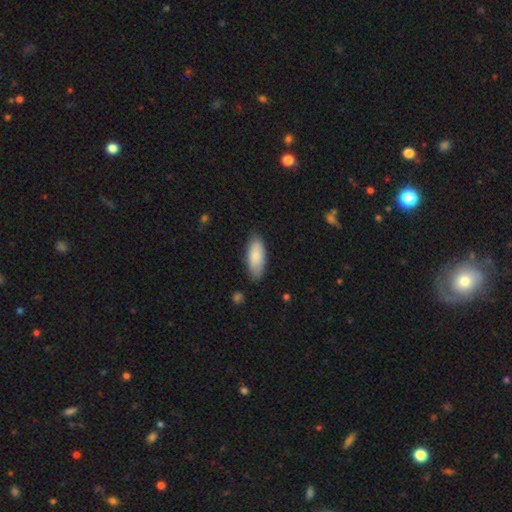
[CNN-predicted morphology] This is clearly a smooth galaxy (83%). How rounded: likely in between (78%). Merging: likely none (79%).